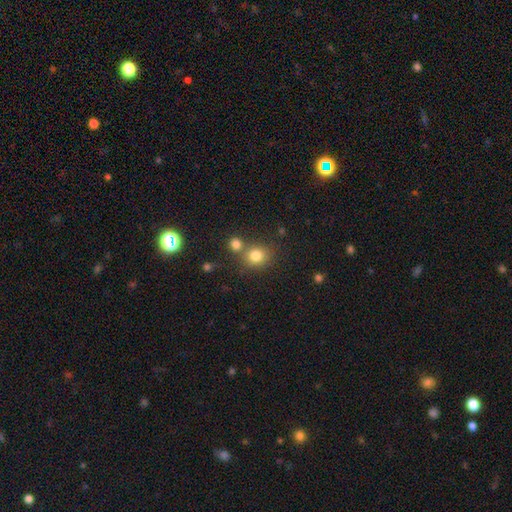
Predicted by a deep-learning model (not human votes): Smooth or featured?
  - smooth: 80% *
  - star or artifact: 13%
  - featured or disk: 7%
How rounded?
  - round: 80% *
  - in between: 19%
  - cigar-shaped: 1%
Merging?
  - none: 61% *
  - merger: 26%
  - minor disturbance: 9%
  - major disturbance: 3%